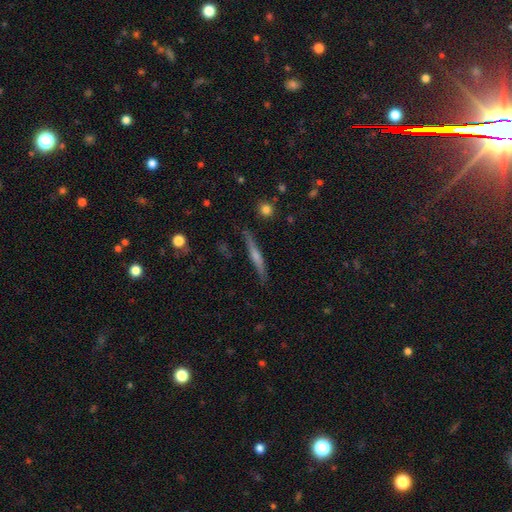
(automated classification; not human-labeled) This appears to be a featured or disk galaxy (63%) viewed edge-on (97%) with a rounded central bulge (64%). Merging: none (88%).